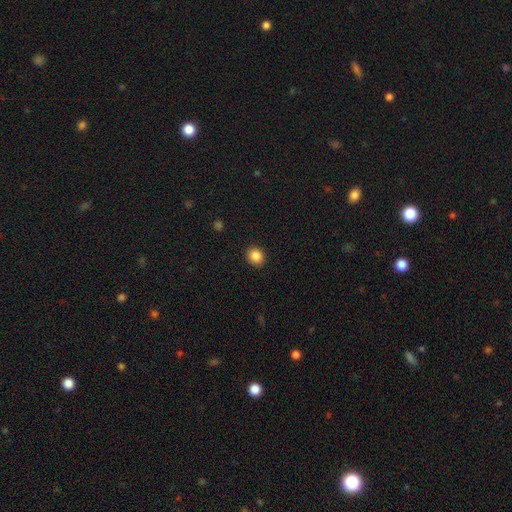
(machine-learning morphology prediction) smooth 86%, star or artifact 10%, featured or disk 4%. Down the decision tree: how rounded — round (76%); merging — none (91%).